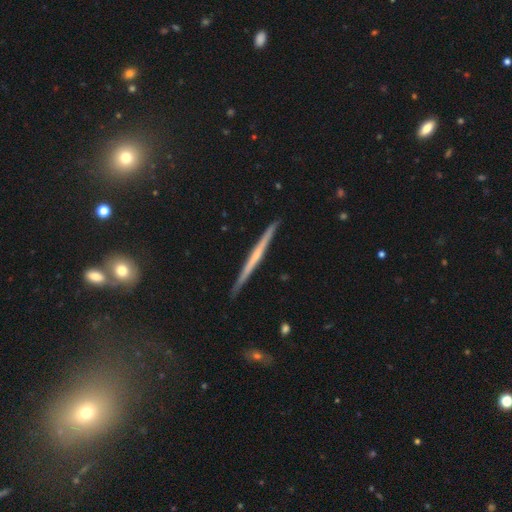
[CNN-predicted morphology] The model was most divided on "edge-on bulge": none: 61%, rounded: 33%, boxy: 6%. More confident: edge-on disk — yes (98%); merging — none (91%); smooth or featured — featured or disk (69%).